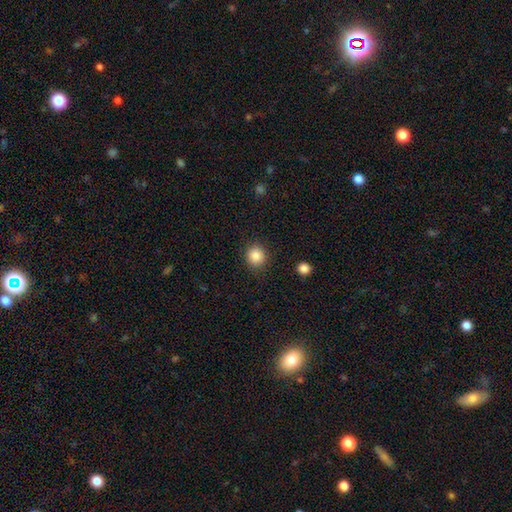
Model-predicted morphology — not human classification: type=smooth (86%); roundness=round (89%); merging=none (89%).